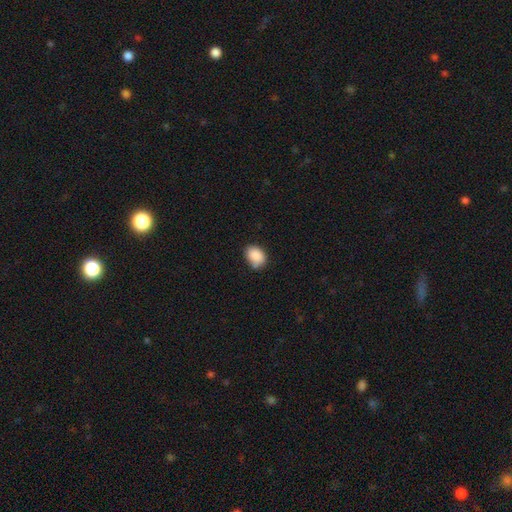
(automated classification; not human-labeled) smooth-or-featured: smooth: 88% | star or artifact: 8% | featured or disk: 4%
  how-rounded: in between: 73% | round: 26% | cigar-shaped: 1%
  merging: none: 70% | minor disturbance: 23% | major disturbance: 4% | merger: 3%